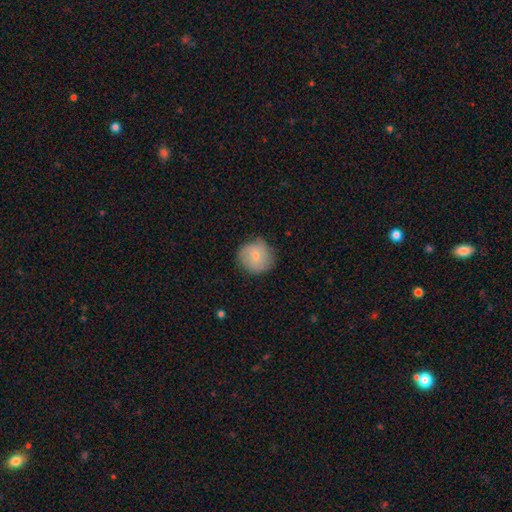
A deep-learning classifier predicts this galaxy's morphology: This is likely a smooth galaxy (70%). How rounded: clearly round (91%). Merging: likely none (71%).